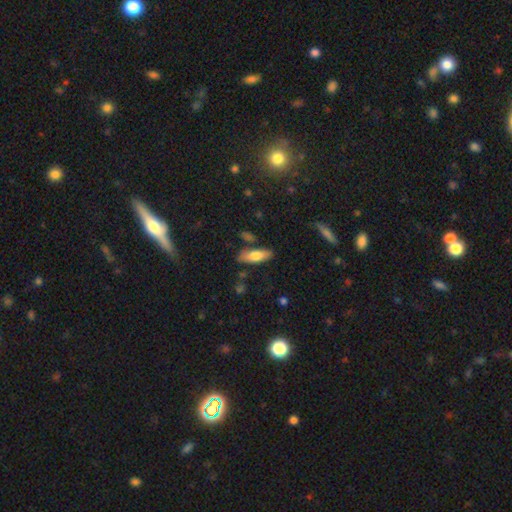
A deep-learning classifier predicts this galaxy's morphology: Q: Smooth or featured?
A: smooth (71%); runner-up: featured or disk (23%)
Q: How rounded?
A: in between (61%); runner-up: cigar-shaped (37%)
Q: Merging?
A: none (79%); runner-up: minor disturbance (13%)